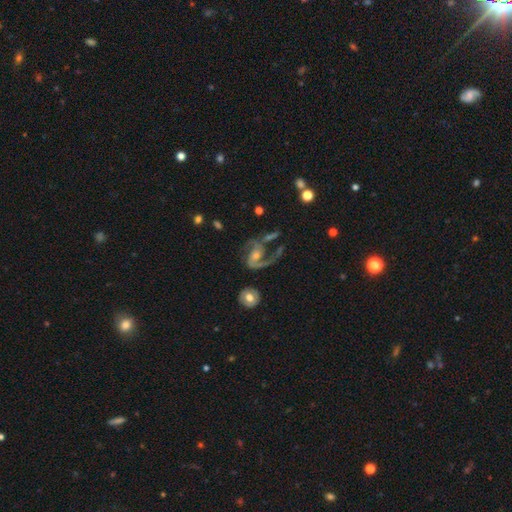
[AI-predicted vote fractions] Overall: featured or disk (85%). Edge-on disk: no (97%). Bar: no (47%; weak 37%). Spiral arms: yes (94%). Spiral arm count: 2 (69%). Spiral winding: medium (46%; loose 41%). Bulge size: moderate (46%; small 45%). Merging: none (44%; major disturbance 30%).